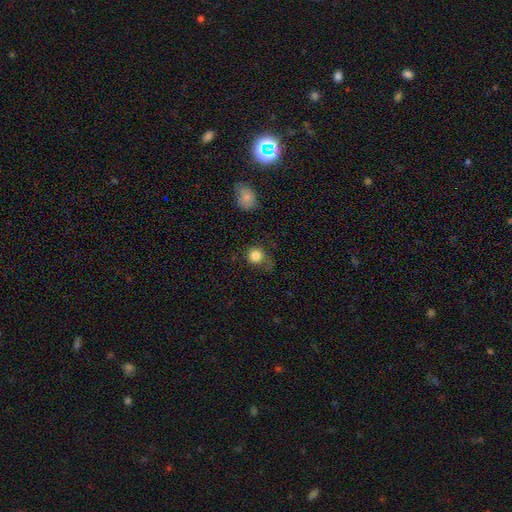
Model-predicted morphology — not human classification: Smooth or featured? Predicted: smooth (p=0.83). How rounded? Predicted: round (p=0.85). Merging? Predicted: none (p=0.50).